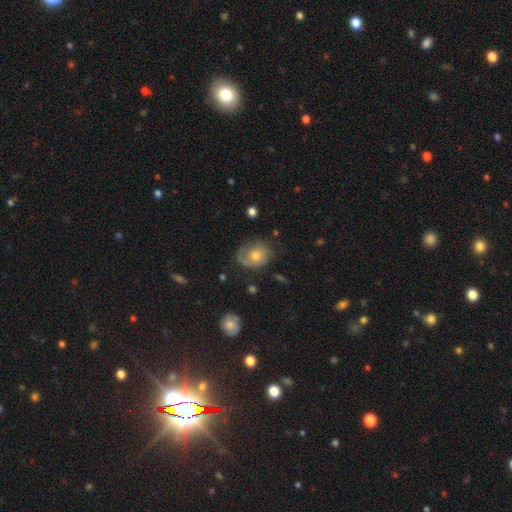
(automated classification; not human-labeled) Overall: featured or disk (52%; smooth 38%). Edge-on disk: no (96%). Bar: no (80%). Spiral arms: yes (80%). Bulge size: moderate (62%; small 28%). Merging: none (62%; minor disturbance 23%).